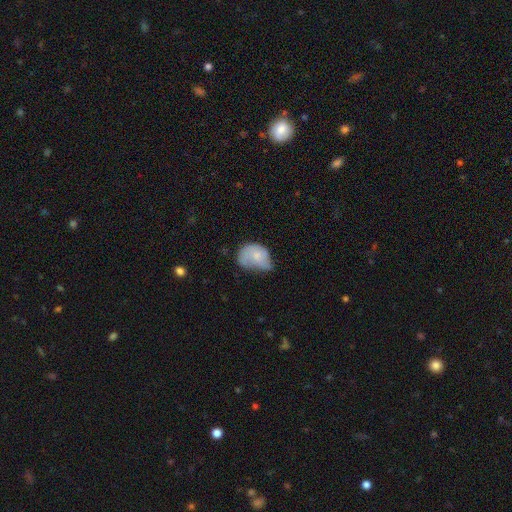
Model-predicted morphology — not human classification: Smooth or featured? smooth (60%)
How rounded? in between (69%)
Merging? minor disturbance (41%)